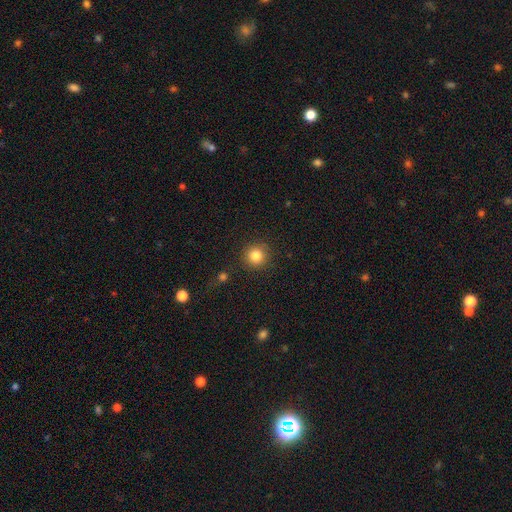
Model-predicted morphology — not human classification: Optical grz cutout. It shows a smooth galaxy with no disk features (84%) that is round (94%). Merging: none (88%).